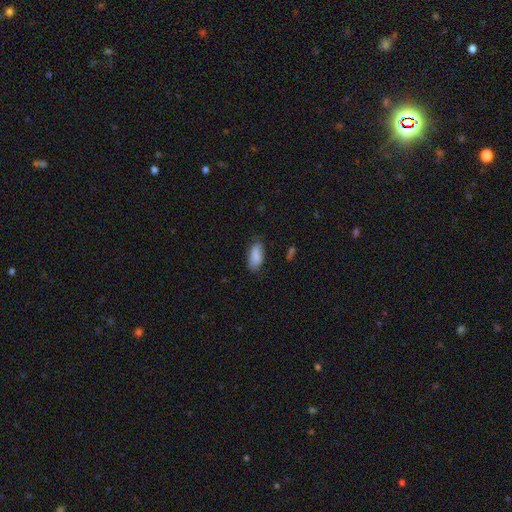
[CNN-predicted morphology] Overall: smooth (88%). How rounded: in between (89%). Merging: none (77%).